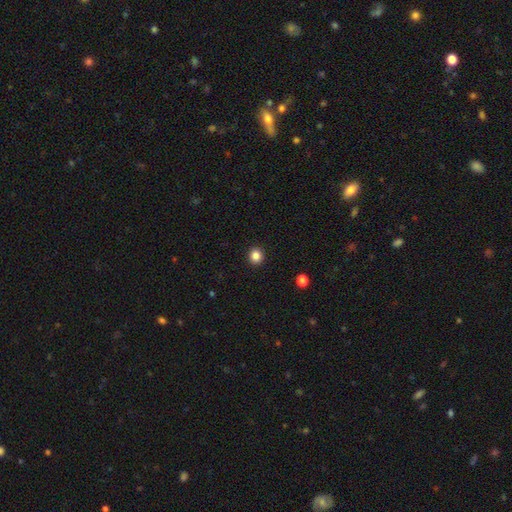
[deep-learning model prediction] Overall: smooth (85%). How rounded: round (88%). Merging: none (93%).